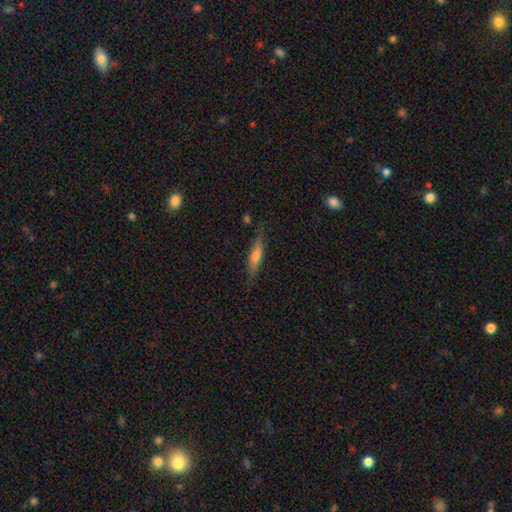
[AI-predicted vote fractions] Overall: smooth (50%; featured or disk 43%). Merging: none (80%).